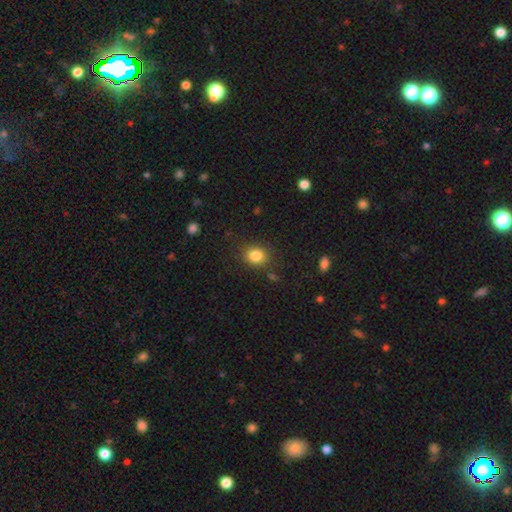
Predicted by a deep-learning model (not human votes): Smooth or featured?
  - smooth: 84% *
  - star or artifact: 11%
  - featured or disk: 5%
How rounded?
  - round: 69% *
  - in between: 30%
  - cigar-shaped: 1%
Merging?
  - none: 83% *
  - minor disturbance: 11%
  - major disturbance: 4%
  - merger: 2%